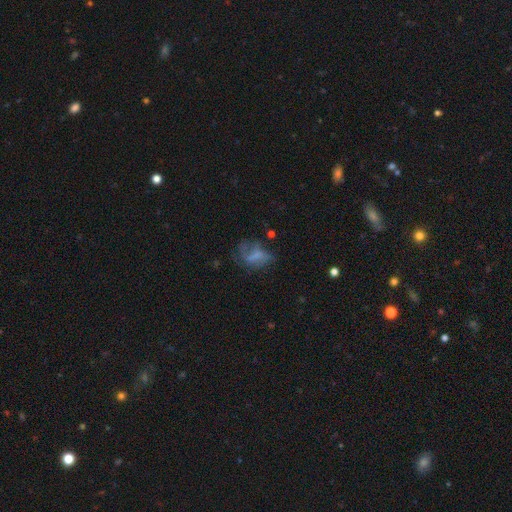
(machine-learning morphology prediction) Smooth or featured?
  - featured or disk: 47% *
  - smooth: 40%
  - star or artifact: 13%
Merging?
  - major disturbance: 37% *
  - none: 36%
  - minor disturbance: 22%
  - merger: 4%